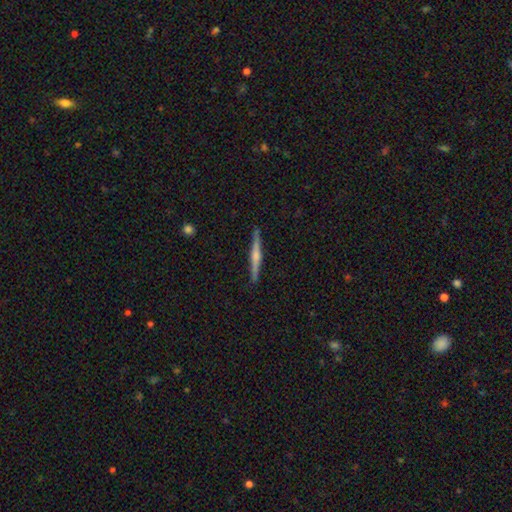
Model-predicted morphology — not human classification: The model was most divided on "smooth or featured": featured or disk: 69%, smooth: 25%, star or artifact: 6%. More confident: edge-on disk — yes (98%); merging — none (91%); edge-on bulge — rounded (78%).